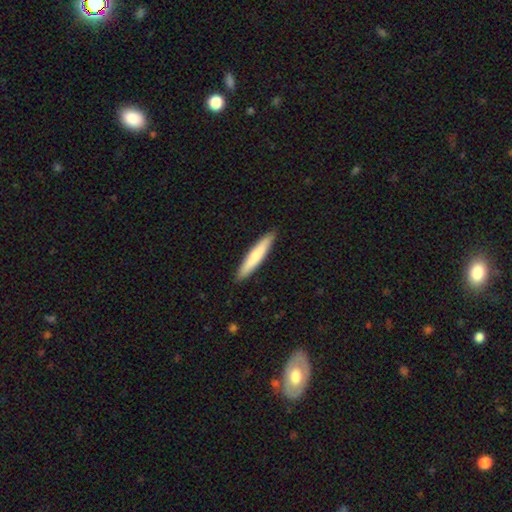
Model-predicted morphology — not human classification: smooth_or_featured: smooth (p=0.72) [alt: featured or disk p=0.23]
how_rounded: cigar-shaped (p=0.91) [alt: in between p=0.07]
merging: none (p=0.91) [alt: minor disturbance p=0.07]